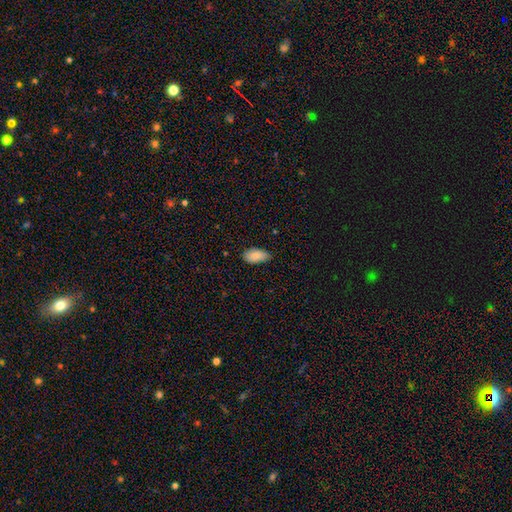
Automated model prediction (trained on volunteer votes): smooth_or_featured: smooth (p=0.87) [alt: star or artifact p=0.07]
how_rounded: in between (p=0.94) [alt: cigar-shaped p=0.04]
merging: none (p=0.73) [alt: minor disturbance p=0.23]